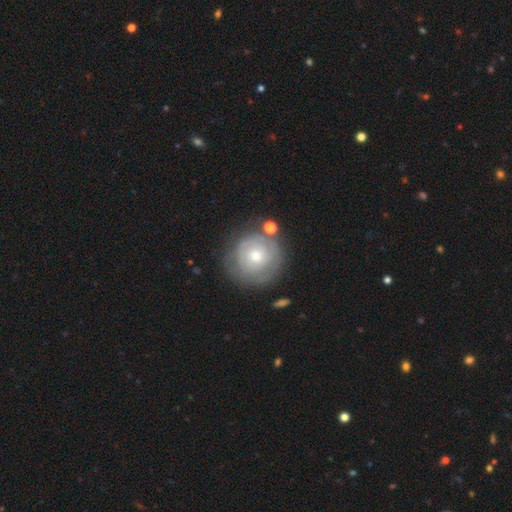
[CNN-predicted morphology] type=featured or disk (52%); edge-on=no (97%); bar=no (85%); spiral arms=yes (61%); bulge=moderate (49%); merging=none (71%).